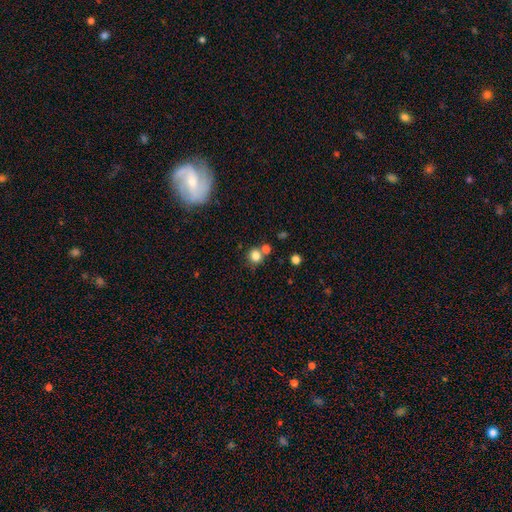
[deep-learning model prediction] smooth_or_featured: smooth (p=0.81) [alt: star or artifact p=0.12]
how_rounded: round (p=0.85) [alt: in between p=0.14]
merging: none (p=0.63) [alt: merger p=0.24]